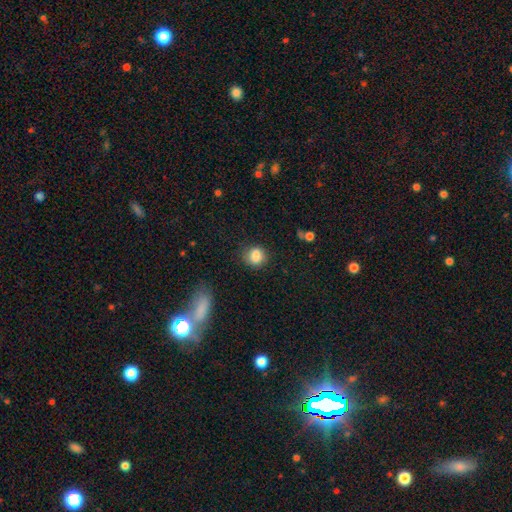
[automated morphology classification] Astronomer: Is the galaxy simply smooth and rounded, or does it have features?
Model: smooth — 83%.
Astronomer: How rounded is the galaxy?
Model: round — 67%.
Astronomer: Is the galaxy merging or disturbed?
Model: none — 71%.